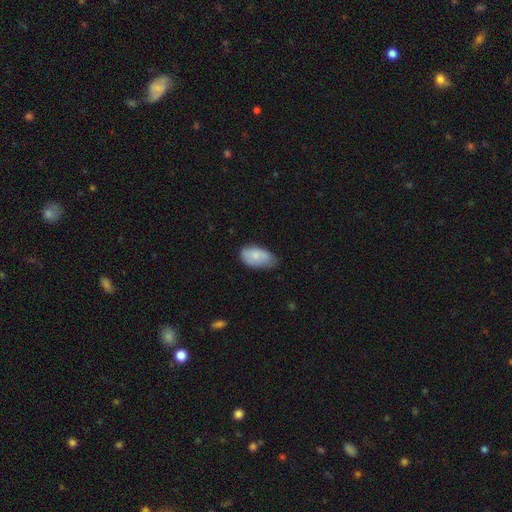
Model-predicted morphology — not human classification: The model was most divided on "merging": none: 51%, minor disturbance: 40%, major disturbance: 8%, merger: 2%. More confident: how rounded — in between (94%); smooth or featured — smooth (77%).